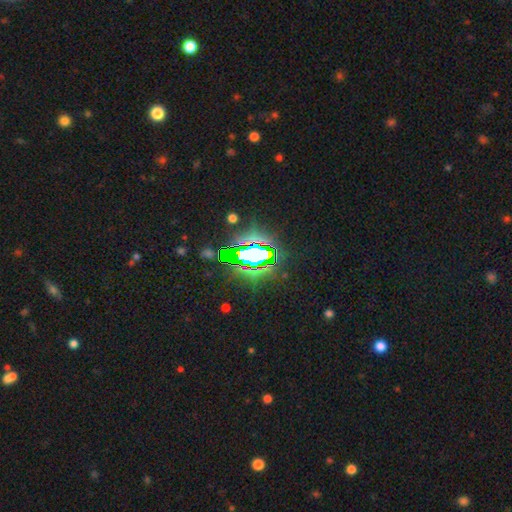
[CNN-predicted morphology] Smooth or featured: star or artifact — 80% (smooth — 10%)